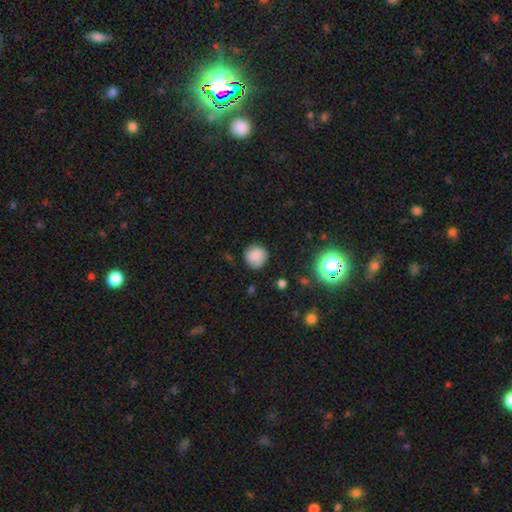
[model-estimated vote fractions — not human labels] This is likely a smooth galaxy (78%). How rounded: clearly round (90%). Merging: likely none (78%).